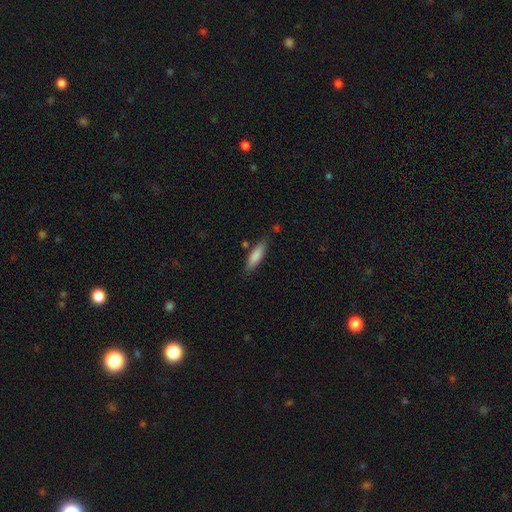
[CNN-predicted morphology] A smooth galaxy with no disk features (84%) that is cigar-shaped (52%). Merging: none (78%).